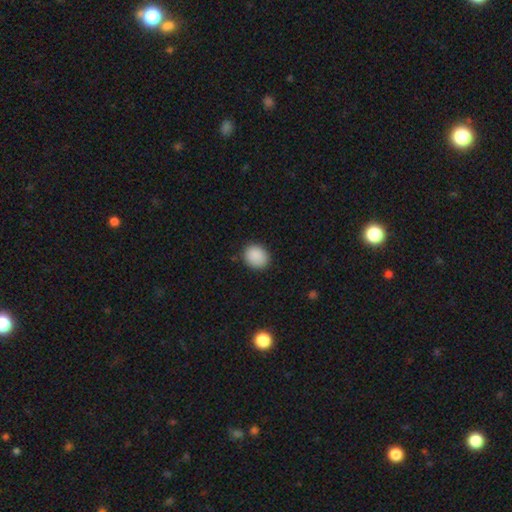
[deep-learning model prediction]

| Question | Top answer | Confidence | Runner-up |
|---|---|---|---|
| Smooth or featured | smooth | 89% | star or artifact (8%) |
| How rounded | round | 63% | in between (36%) |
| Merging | none | 86% | minor disturbance (10%) |